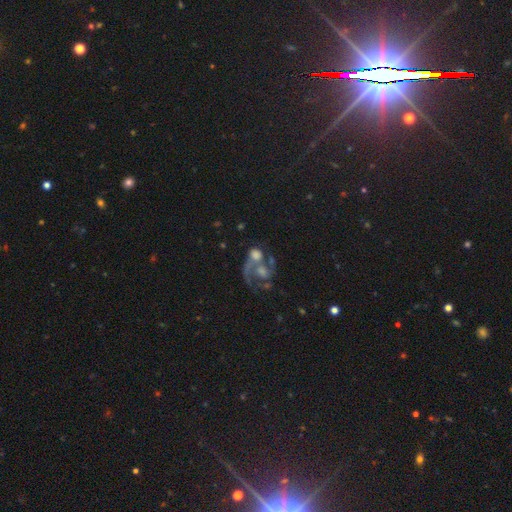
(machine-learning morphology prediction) featured or disk 63%, smooth 25%, star or artifact 12%. Down the decision tree: edge-on disk — no (98%); bar — no (77%); spiral arms — yes (72%); bulge size — moderate (36%); merging — merger (47%).